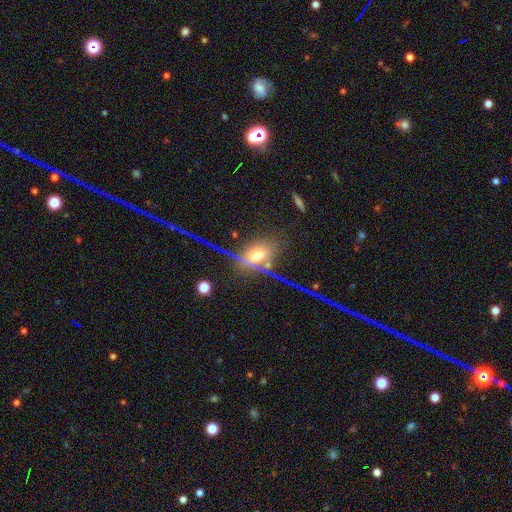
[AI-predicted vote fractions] Smooth or featured? Predicted: featured or disk (p=0.59). Edge-on disk? Predicted: yes (p=0.70). Merging? Predicted: none (p=0.52).